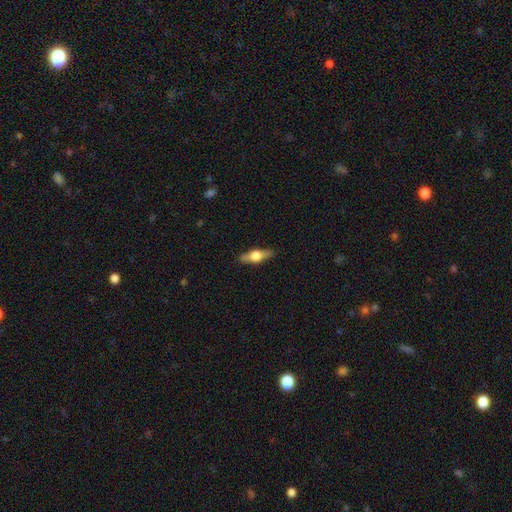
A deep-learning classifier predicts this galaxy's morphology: Q: Smooth or featured?
A: featured or disk (64%); runner-up: smooth (30%)
Q: Edge-on disk?
A: yes (95%); runner-up: no (5%)
Q: Edge-on bulge?
A: rounded (95%); runner-up: boxy (4%)
Q: Merging?
A: none (88%); runner-up: minor disturbance (9%)